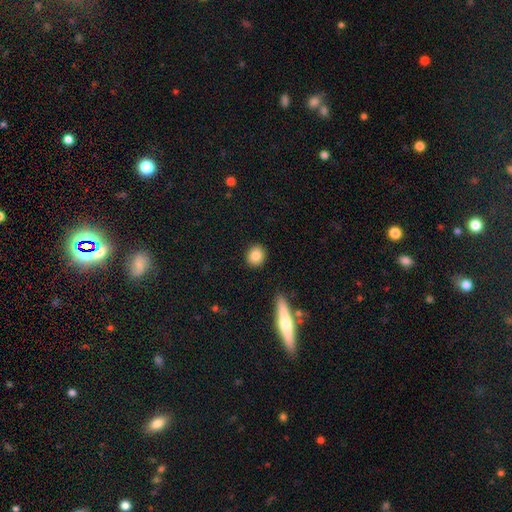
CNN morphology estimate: Q: Smooth or featured?
A: smooth (85%); runner-up: star or artifact (8%)
Q: How rounded?
A: round (80%); runner-up: in between (18%)
Q: Merging?
A: none (90%); runner-up: minor disturbance (6%)